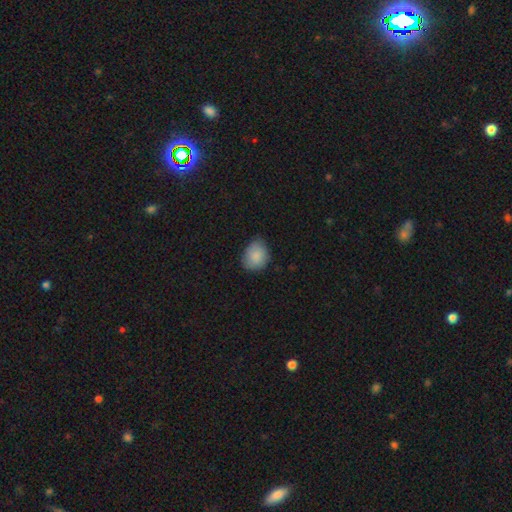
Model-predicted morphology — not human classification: Smooth or featured? Predicted: smooth (p=0.87). How rounded? Predicted: in between (p=0.50). Merging? Predicted: none (p=0.69).